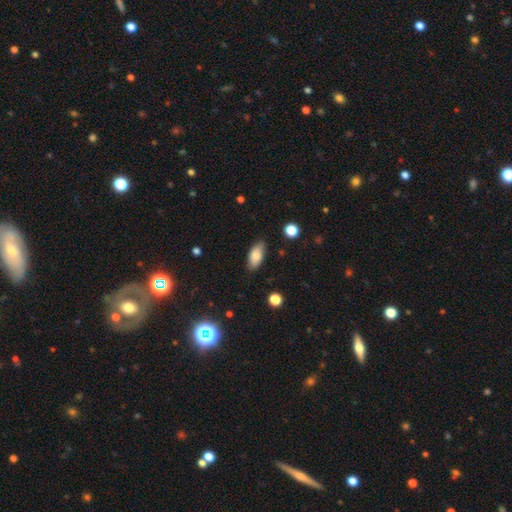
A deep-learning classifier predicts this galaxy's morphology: A smooth galaxy with no disk features (82%) that is in between round and cigar-shaped (88%).

Vote fractions:
- Smooth or featured? smooth: 82% / featured or disk: 11% / star or artifact: 7%
- How rounded? in between: 88% / cigar-shaped: 9% / round: 3%
- Merging? none: 83% / minor disturbance: 13% / major disturbance: 3% / merger: 1%